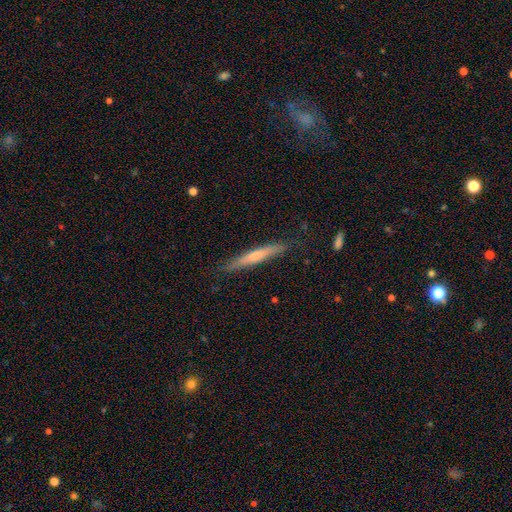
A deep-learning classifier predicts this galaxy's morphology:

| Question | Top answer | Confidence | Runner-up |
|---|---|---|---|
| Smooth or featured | smooth | 54% | featured or disk (40%) |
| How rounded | cigar-shaped | 95% | in between (4%) |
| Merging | none | 85% | minor disturbance (11%) |